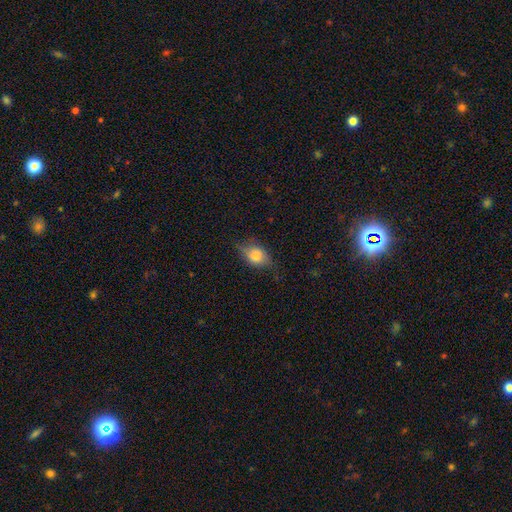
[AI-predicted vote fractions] A smooth galaxy with no disk features (72%) that is in between round and cigar-shaped (71%).

Vote fractions:
- Smooth or featured? smooth: 72% / featured or disk: 19% / star or artifact: 9%
- How rounded? in between: 71% / round: 25% / cigar-shaped: 3%
- Merging? none: 64% / minor disturbance: 26% / major disturbance: 8% / merger: 1%